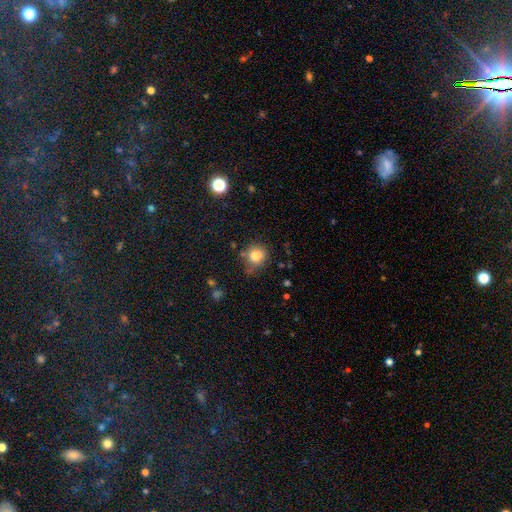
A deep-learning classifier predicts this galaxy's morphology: Smooth or featured?
  - smooth: 81% *
  - star or artifact: 11%
  - featured or disk: 7%
How rounded?
  - round: 83% *
  - in between: 16%
  - cigar-shaped: 1%
Merging?
  - none: 70% *
  - minor disturbance: 20%
  - major disturbance: 5%
  - merger: 5%